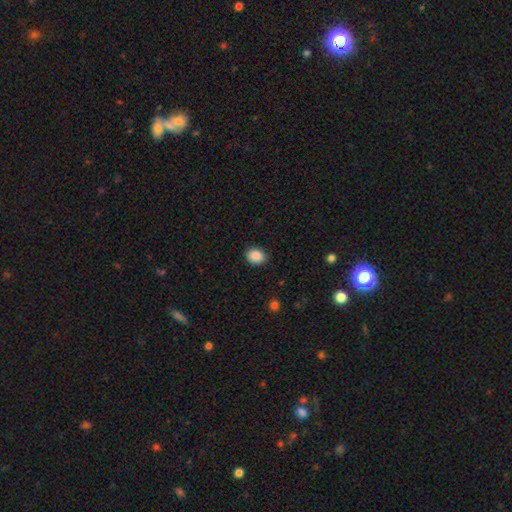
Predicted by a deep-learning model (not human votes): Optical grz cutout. It shows a smooth galaxy with no disk features (89%) that is round (50%). Merging: none (89%).